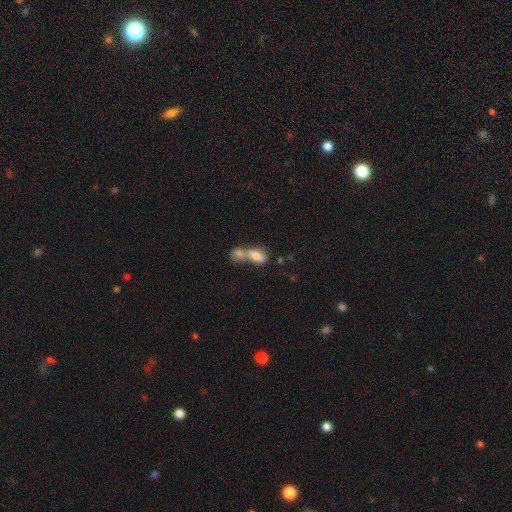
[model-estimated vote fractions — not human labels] Smooth or featured? smooth (73%)
How rounded? in between (81%)
Merging? merger (75%)